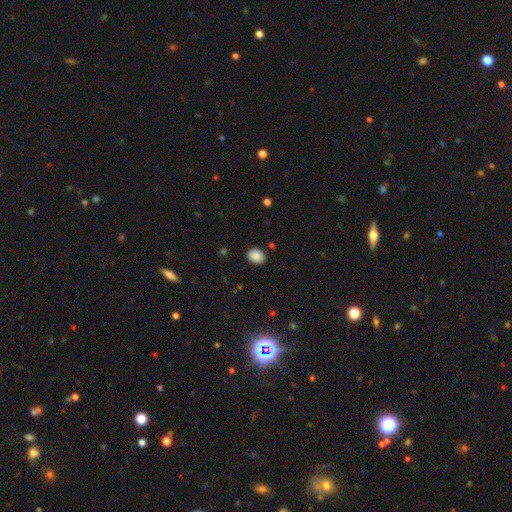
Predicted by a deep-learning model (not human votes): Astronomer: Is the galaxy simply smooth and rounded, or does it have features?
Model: smooth — 88%.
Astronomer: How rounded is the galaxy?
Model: in between — 57% (runner-up: round, 42%).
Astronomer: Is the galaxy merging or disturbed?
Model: none — 88%.